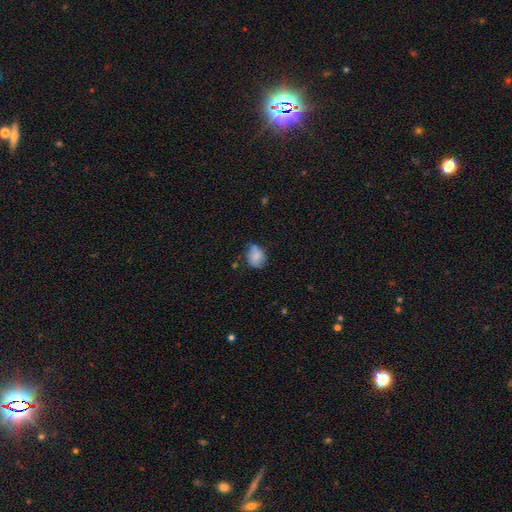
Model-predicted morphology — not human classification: The model was most divided on "how rounded": round: 56%, in between: 43%, cigar-shaped: 1%. More confident: smooth or featured — smooth (75%); merging — none (56%).